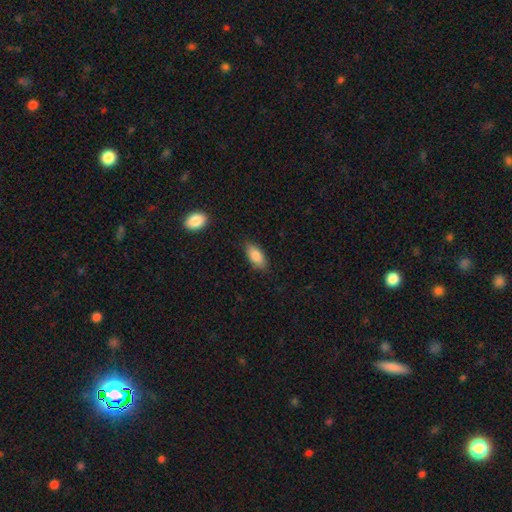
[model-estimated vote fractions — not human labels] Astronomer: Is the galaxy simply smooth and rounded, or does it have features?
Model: smooth — 85%.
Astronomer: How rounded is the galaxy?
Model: in between — 88%.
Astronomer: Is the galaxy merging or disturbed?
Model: none — 83%.